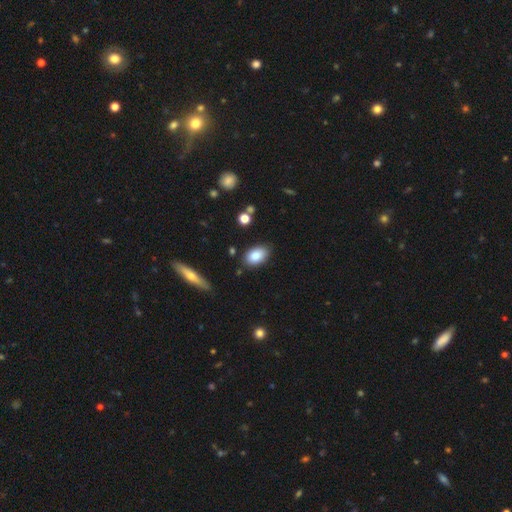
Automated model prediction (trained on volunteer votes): Q: Smooth or featured?
A: smooth (85%); runner-up: star or artifact (7%)
Q: How rounded?
A: in between (91%); runner-up: round (8%)
Q: Merging?
A: none (82%); runner-up: minor disturbance (12%)